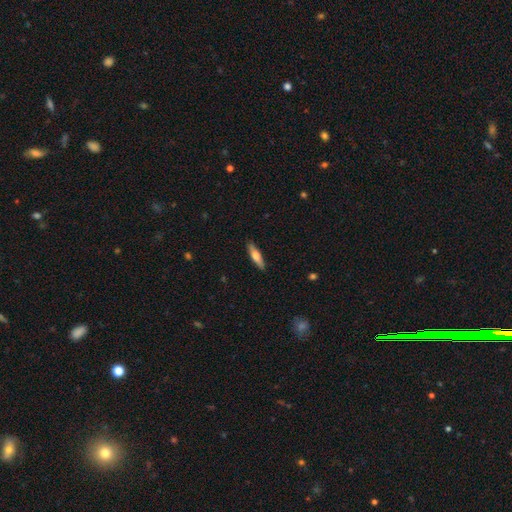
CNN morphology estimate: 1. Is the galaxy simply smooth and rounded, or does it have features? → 59% smooth, 35% featured or disk, 6% star or artifact.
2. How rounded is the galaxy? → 72% cigar-shaped, 26% in between, 2% round.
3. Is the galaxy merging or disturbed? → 90% none, 8% minor disturbance, 2% major disturbance, 1% merger.